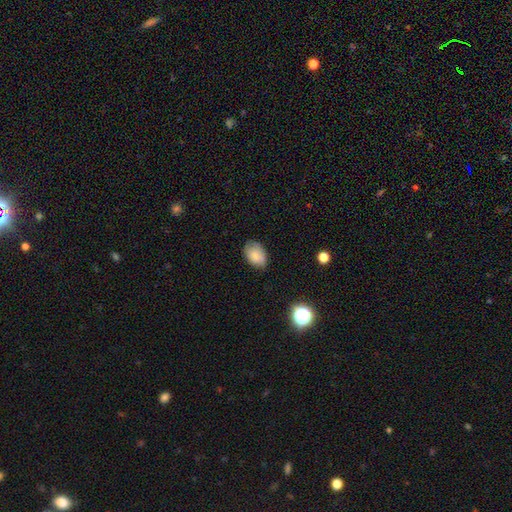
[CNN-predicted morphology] Q: Smooth or featured?
A: smooth (80%); runner-up: featured or disk (11%)
Q: How rounded?
A: in between (83%); runner-up: round (15%)
Q: Merging?
A: none (73%); runner-up: minor disturbance (21%)